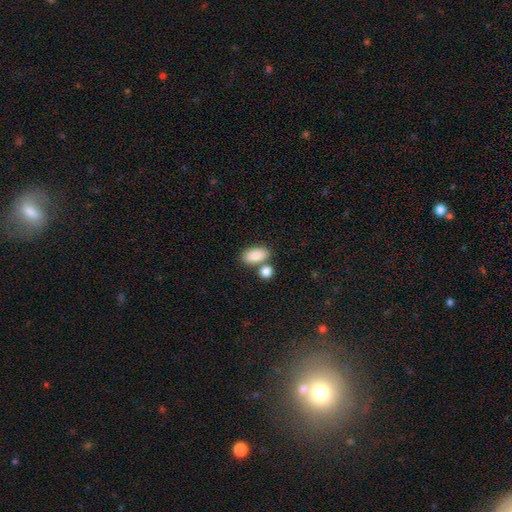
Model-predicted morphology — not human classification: Smooth or featured? smooth (87%)
How rounded? in between (89%)
Merging? none (58%)